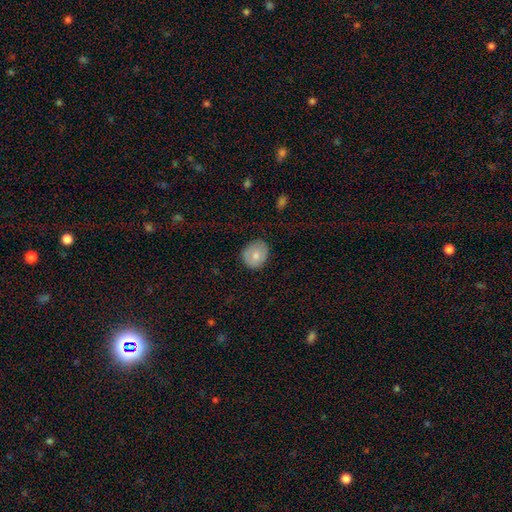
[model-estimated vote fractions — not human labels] This is likely a smooth galaxy (70%). How rounded: likely round (66%). Merging: clearly none (80%).